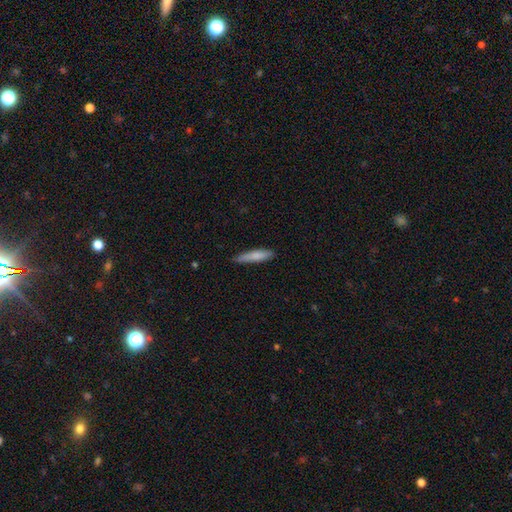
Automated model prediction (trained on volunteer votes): smooth_or_featured: smooth (p=0.78) [alt: featured or disk p=0.17]
how_rounded: cigar-shaped (p=0.85) [alt: in between p=0.14]
merging: none (p=0.80) [alt: minor disturbance p=0.17]